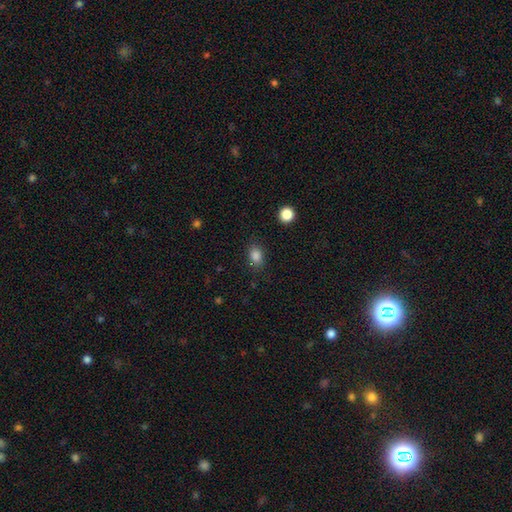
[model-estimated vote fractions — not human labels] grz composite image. It shows a smooth galaxy with no disk features (85%) that is in between round and cigar-shaped (72%). Merging: none (82%).